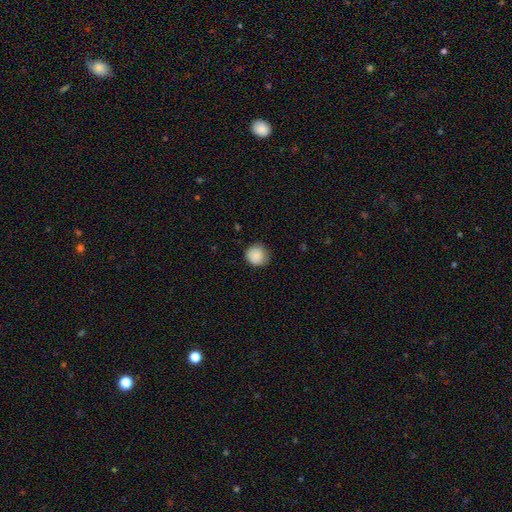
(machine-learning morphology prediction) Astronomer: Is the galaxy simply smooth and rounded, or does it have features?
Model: smooth — 87%.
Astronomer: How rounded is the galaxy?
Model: round — 91%.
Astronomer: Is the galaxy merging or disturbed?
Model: none — 75%.